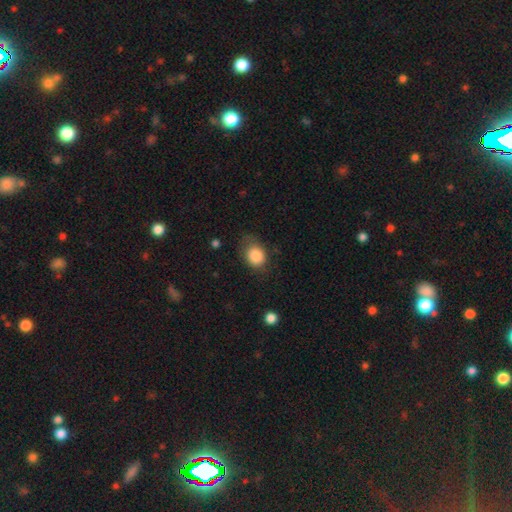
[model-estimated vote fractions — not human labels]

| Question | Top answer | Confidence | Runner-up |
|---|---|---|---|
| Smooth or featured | smooth | 85% | star or artifact (8%) |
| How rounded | round | 51% | in between (48%) |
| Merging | none | 63% | minor disturbance (26%) |